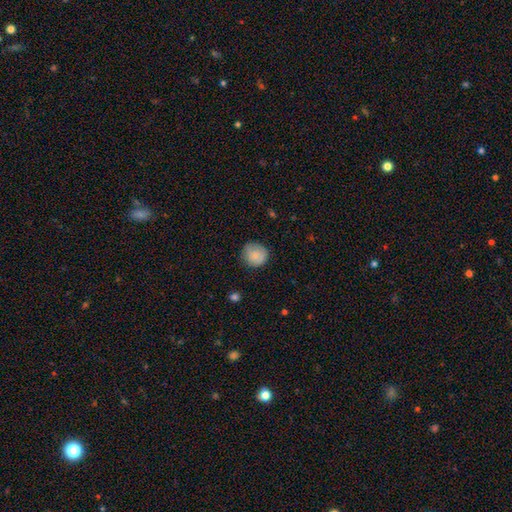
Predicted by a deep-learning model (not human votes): Smooth or featured?
  - smooth: 83% *
  - featured or disk: 9%
  - star or artifact: 8%
How rounded?
  - round: 87% *
  - in between: 12%
  - cigar-shaped: 1%
Merging?
  - none: 76% *
  - minor disturbance: 19%
  - major disturbance: 4%
  - merger: 1%